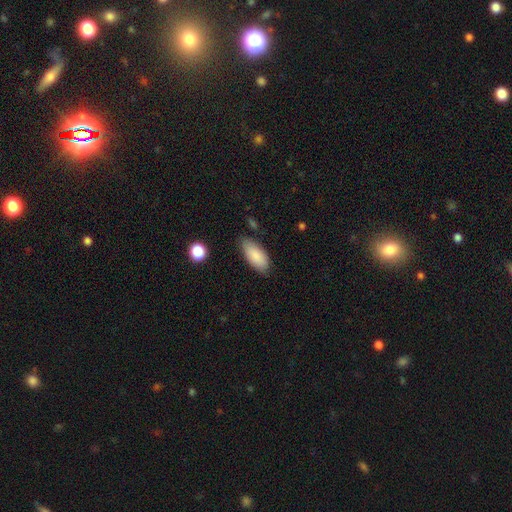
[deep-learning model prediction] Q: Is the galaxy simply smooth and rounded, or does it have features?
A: smooth — 87%.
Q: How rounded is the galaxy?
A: in between — 88%.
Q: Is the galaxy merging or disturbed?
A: none — 77%.